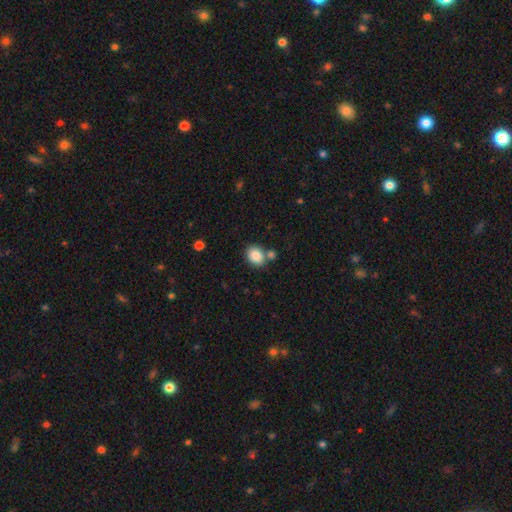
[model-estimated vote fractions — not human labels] smooth-or-featured: smooth: 86% | star or artifact: 8% | featured or disk: 5%
  how-rounded: in between: 57% | round: 42% | cigar-shaped: 1%
  merging: none: 67% | merger: 18% | minor disturbance: 11% | major disturbance: 3%